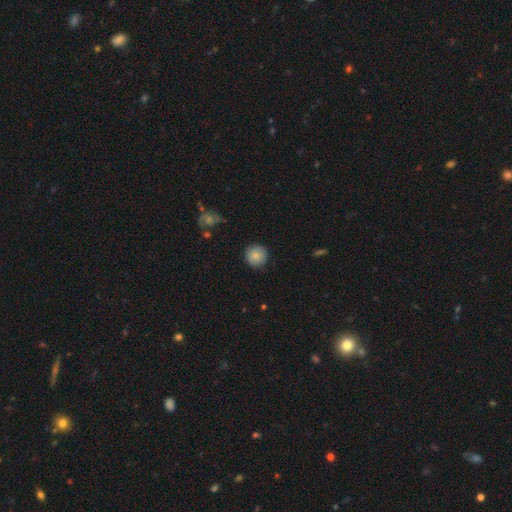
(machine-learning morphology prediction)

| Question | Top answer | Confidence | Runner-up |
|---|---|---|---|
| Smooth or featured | smooth | 81% | featured or disk (11%) |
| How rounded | round | 95% | in between (4%) |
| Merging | none | 87% | minor disturbance (9%) |